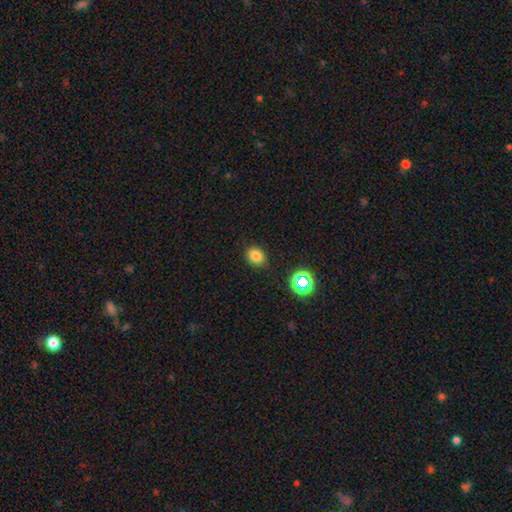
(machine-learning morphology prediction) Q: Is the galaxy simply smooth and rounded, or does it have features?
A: smooth — 79%.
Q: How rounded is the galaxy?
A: in between — 51%.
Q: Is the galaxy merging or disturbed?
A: none — 86%.